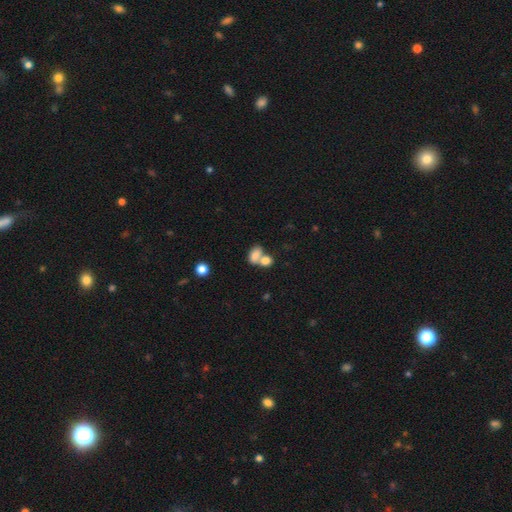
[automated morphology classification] Smooth or featured?
  - smooth: 79% *
  - featured or disk: 12%
  - star or artifact: 10%
How rounded?
  - in between: 81% *
  - round: 16%
  - cigar-shaped: 2%
Merging?
  - merger: 62% *
  - none: 24%
  - minor disturbance: 8%
  - major disturbance: 5%